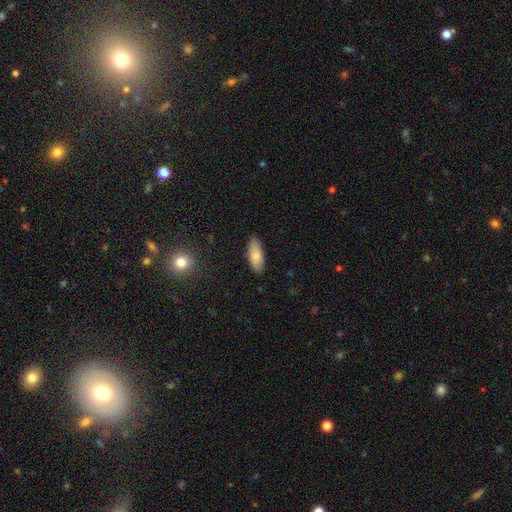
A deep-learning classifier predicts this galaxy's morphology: smooth 82%, featured or disk 11%, star or artifact 6%. Down the decision tree: how rounded — in between (79%); merging — none (86%).